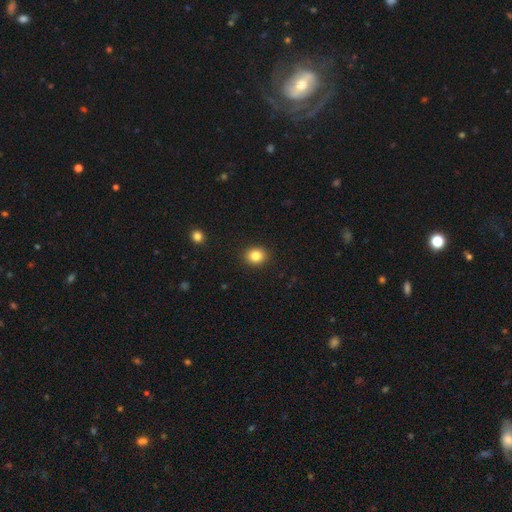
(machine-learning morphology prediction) Smooth or featured?
  - smooth: 84% *
  - star or artifact: 10%
  - featured or disk: 6%
How rounded?
  - round: 73% *
  - in between: 26%
  - cigar-shaped: 1%
Merging?
  - none: 91% *
  - minor disturbance: 6%
  - major disturbance: 2%
  - merger: 1%